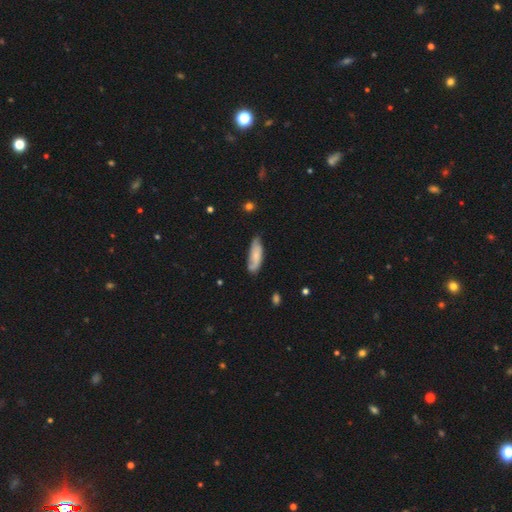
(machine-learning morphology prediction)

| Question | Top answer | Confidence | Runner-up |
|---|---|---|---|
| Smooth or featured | smooth | 60% | featured or disk (33%) |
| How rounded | in between | 56% | cigar-shaped (42%) |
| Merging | none | 67% | minor disturbance (25%) |